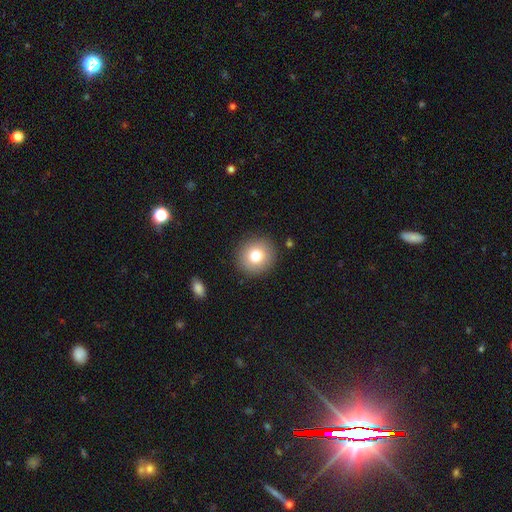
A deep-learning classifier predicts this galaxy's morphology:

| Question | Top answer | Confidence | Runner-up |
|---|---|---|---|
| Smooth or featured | smooth | 78% | featured or disk (12%) |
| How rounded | round | 88% | in between (11%) |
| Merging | none | 89% | minor disturbance (7%) |